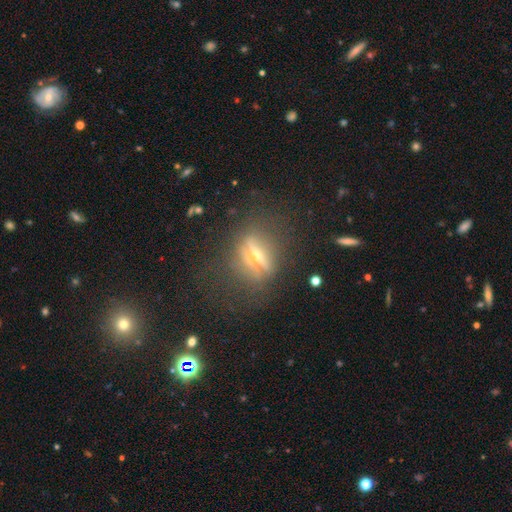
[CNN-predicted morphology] smooth-or-featured: featured or disk: 66% | smooth: 19% | star or artifact: 14%
  disk-edge-on: yes: 69% | no: 31%
  merging: none: 69% | minor disturbance: 15% | major disturbance: 14% | merger: 2%